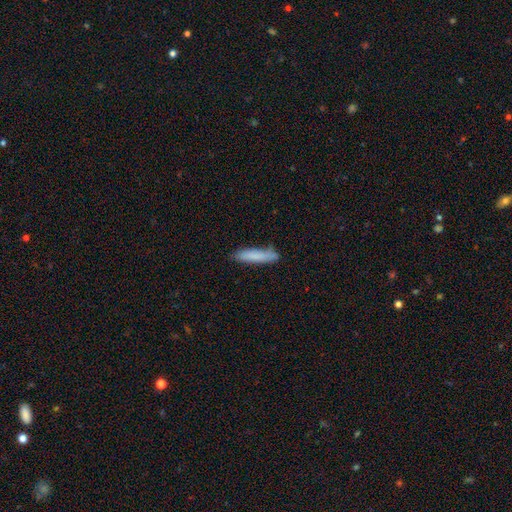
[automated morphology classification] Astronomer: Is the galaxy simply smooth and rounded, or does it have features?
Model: smooth — 82%.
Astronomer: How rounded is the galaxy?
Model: cigar-shaped — 85%.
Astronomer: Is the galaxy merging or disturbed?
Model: none — 76%.